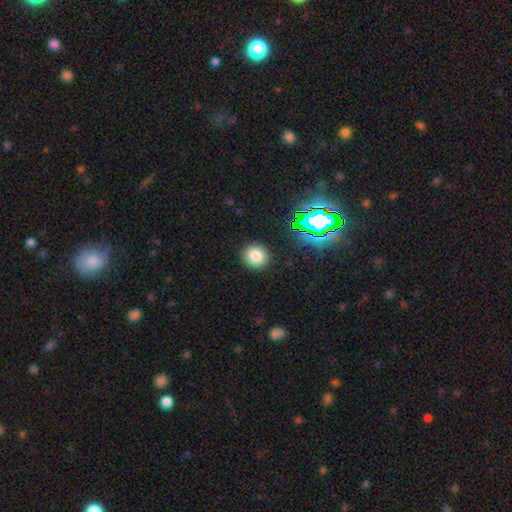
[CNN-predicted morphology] smooth-or-featured: smooth: 78% | star or artifact: 16% | featured or disk: 6%
  how-rounded: round: 91% | in between: 8% | cigar-shaped: 1%
  merging: none: 90% | minor disturbance: 6% | major disturbance: 2% | merger: 1%